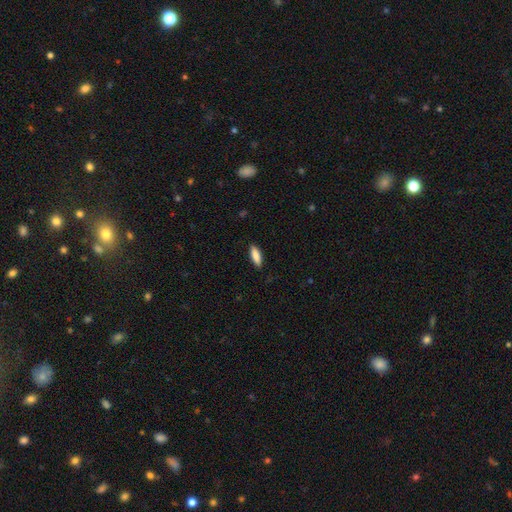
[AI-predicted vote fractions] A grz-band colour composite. It shows a smooth galaxy with no disk features (87%) that is in between round and cigar-shaped (56%). Merging: none (88%).